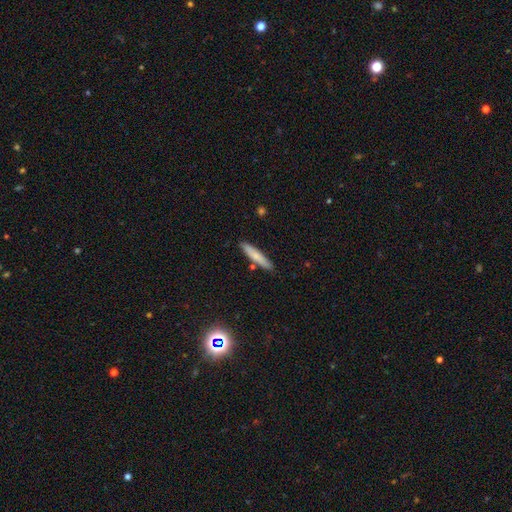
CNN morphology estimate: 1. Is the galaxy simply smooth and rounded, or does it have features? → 75% smooth, 20% featured or disk, 6% star or artifact.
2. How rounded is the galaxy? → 88% cigar-shaped, 10% in between, 1% round.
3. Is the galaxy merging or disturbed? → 86% none, 9% minor disturbance, 3% merger, 2% major disturbance.